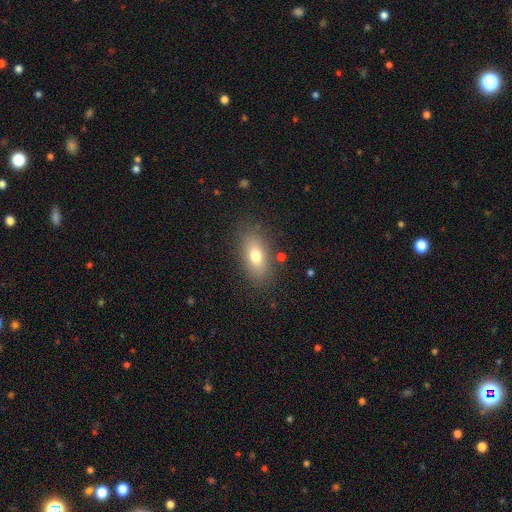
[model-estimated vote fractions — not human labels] Smooth or featured: smooth — 73% (featured or disk — 17%)
How rounded: in between — 83% (round — 9%)
Merging: none — 83% (minor disturbance — 11%)